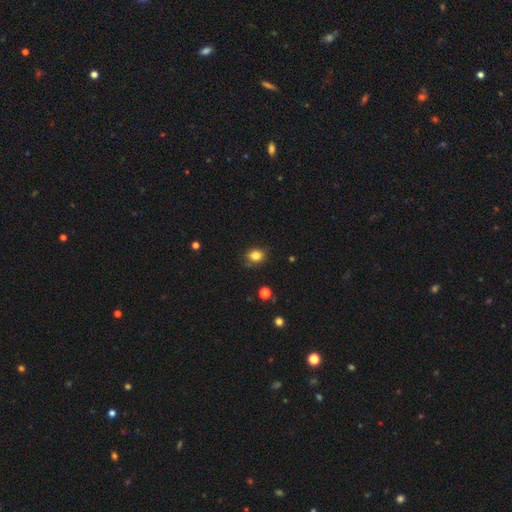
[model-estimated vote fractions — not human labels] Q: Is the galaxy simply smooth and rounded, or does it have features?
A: smooth — 83%.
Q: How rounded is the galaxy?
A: round — 58%.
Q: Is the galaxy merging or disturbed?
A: none — 80%.